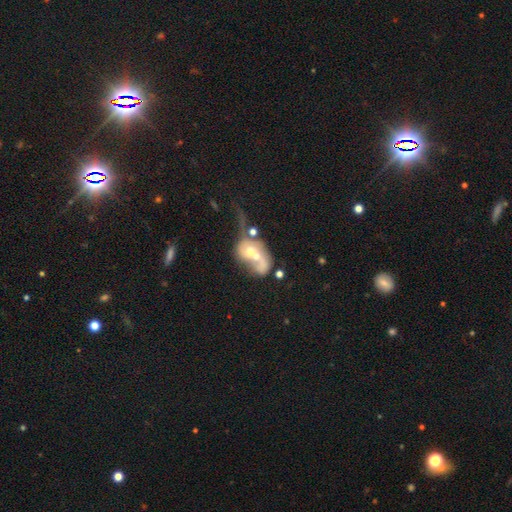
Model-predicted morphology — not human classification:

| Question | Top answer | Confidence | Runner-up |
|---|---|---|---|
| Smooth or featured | featured or disk | 55% | smooth (35%) |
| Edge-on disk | no | 95% | yes (5%) |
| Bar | no | 80% | weak (16%) |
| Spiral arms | no | 63% | yes (37%) |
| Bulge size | moderate | 61% | small (25%) |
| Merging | merger | 63% | major disturbance (17%) |